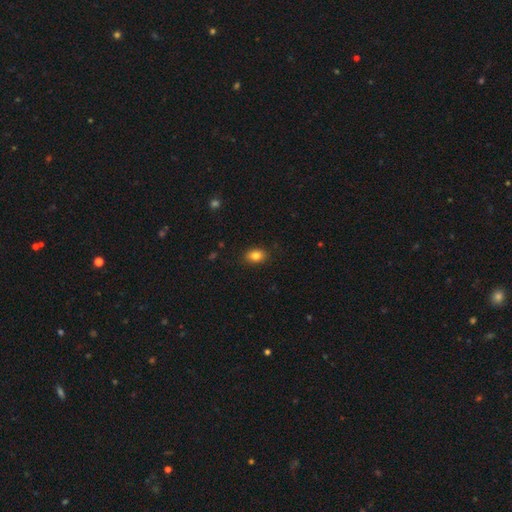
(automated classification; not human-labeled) Morphology: type=smooth (84%); roundness=in between (73%); merging=none (88%).